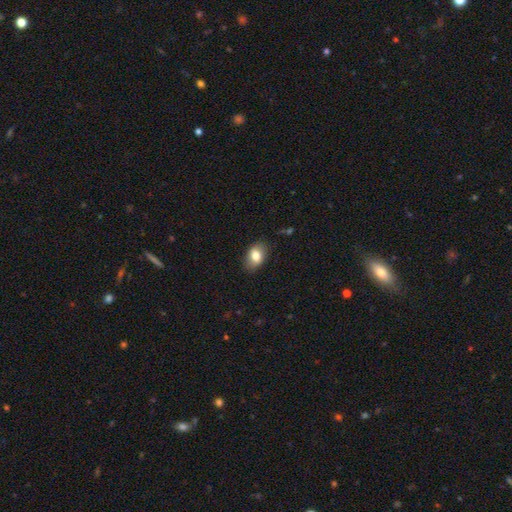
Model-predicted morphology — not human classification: A smooth galaxy with no disk features (78%) that is in between round and cigar-shaped (83%).

Vote fractions:
- Smooth or featured? smooth: 78% / featured or disk: 14% / star or artifact: 8%
- How rounded? in between: 83% / round: 16% / cigar-shaped: 1%
- Merging? none: 81% / minor disturbance: 14% / major disturbance: 3% / merger: 1%